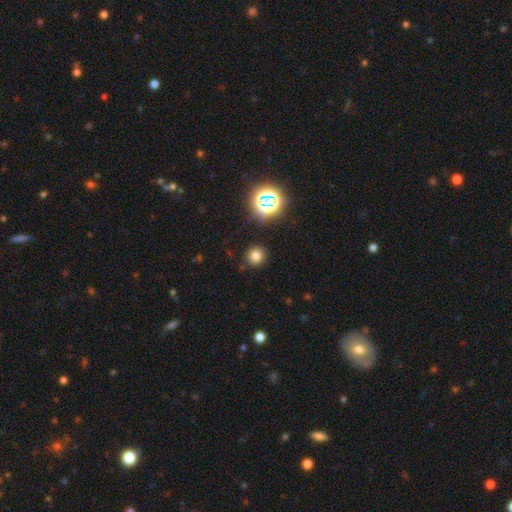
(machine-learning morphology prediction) This is likely a smooth galaxy (73%). How rounded: clearly round (91%). Merging: clearly none (88%).